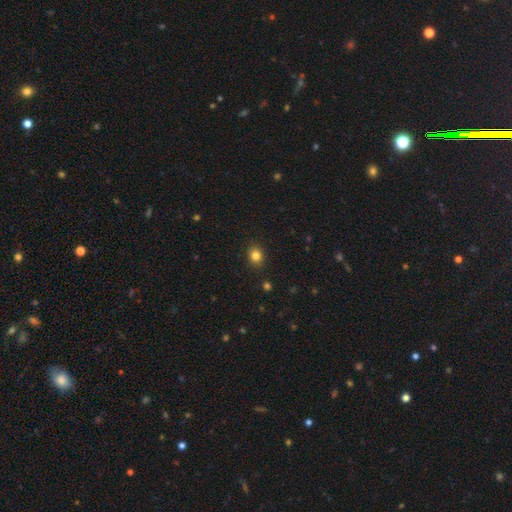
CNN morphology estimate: smooth_or_featured: smooth (p=0.83) [alt: star or artifact p=0.12]
how_rounded: round (p=0.61) [alt: in between p=0.38]
merging: none (p=0.89) [alt: minor disturbance p=0.08]